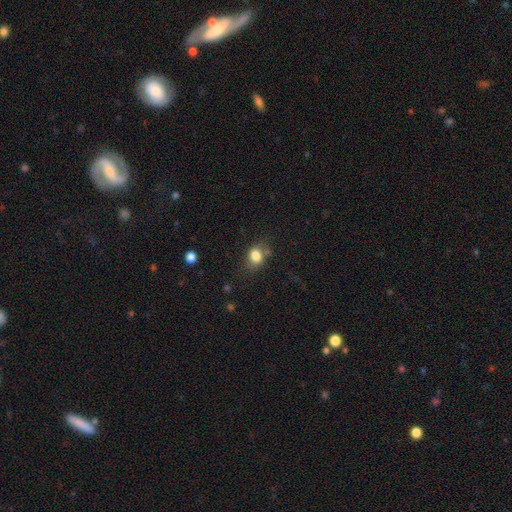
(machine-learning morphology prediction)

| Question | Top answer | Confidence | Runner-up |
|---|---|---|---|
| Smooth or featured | smooth | 81% | star or artifact (10%) |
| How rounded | in between | 59% | round (39%) |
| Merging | none | 63% | minor disturbance (22%) |